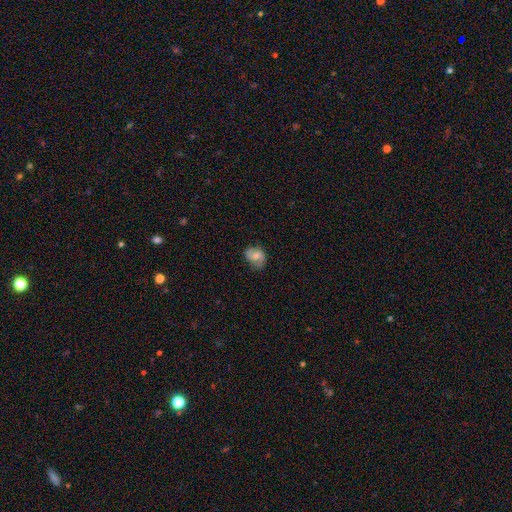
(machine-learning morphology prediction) Smooth or featured? smooth (66%)
How rounded? in between (55%)
Merging? none (57%)